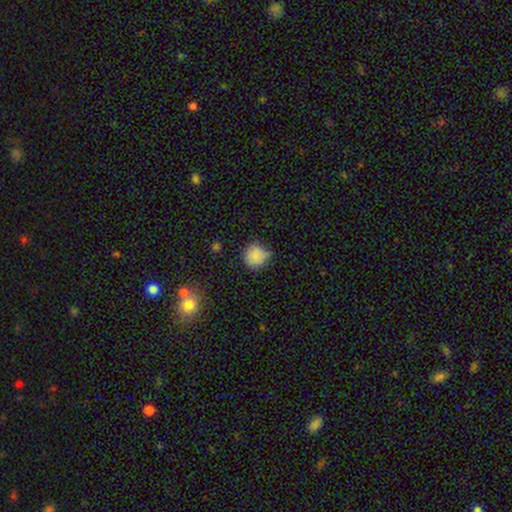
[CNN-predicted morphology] A smooth galaxy with no disk features (84%) that is round (91%).

Vote fractions:
- Smooth or featured? smooth: 84% / star or artifact: 10% / featured or disk: 5%
- How rounded? round: 91% / in between: 8% / cigar-shaped: 1%
- Merging? none: 69% / minor disturbance: 24% / major disturbance: 5% / merger: 3%